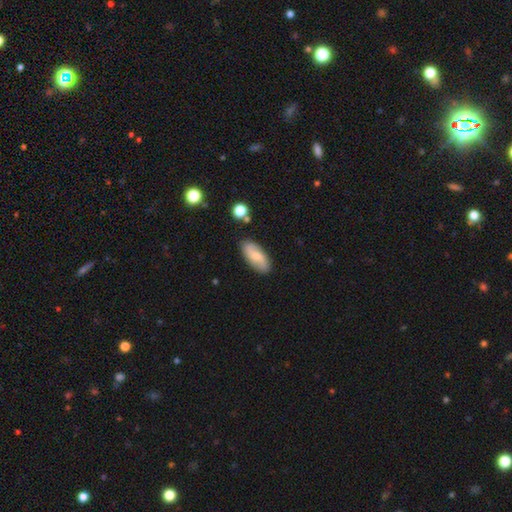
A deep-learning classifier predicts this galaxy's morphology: This is possibly a smooth galaxy (52%). How rounded: clearly in between (84%). Merging: clearly none (84%).